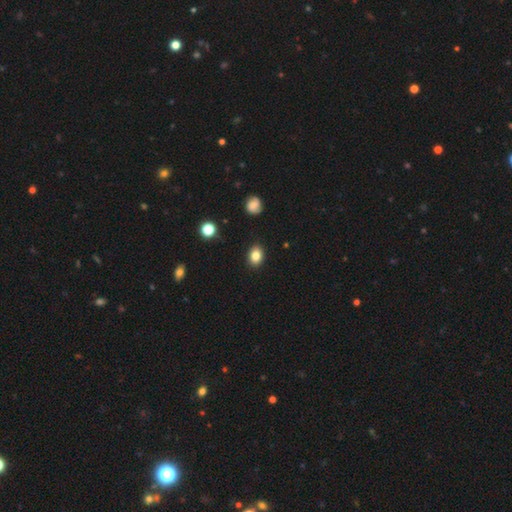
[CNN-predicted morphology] Overall: smooth (83%). How rounded: in between (65%; round 34%). Merging: none (89%).